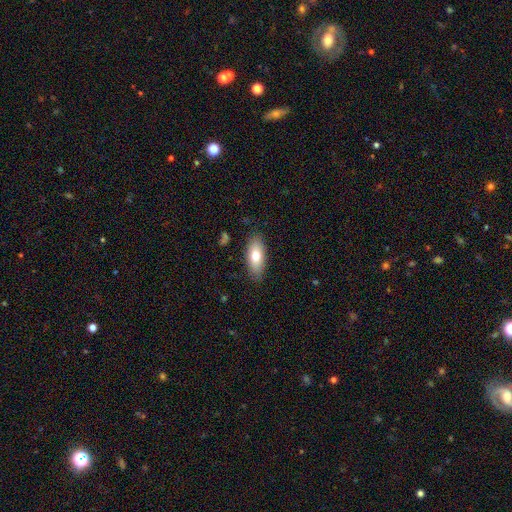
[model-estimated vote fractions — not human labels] Overall: smooth (74%). How rounded: in between (81%). Merging: none (85%).